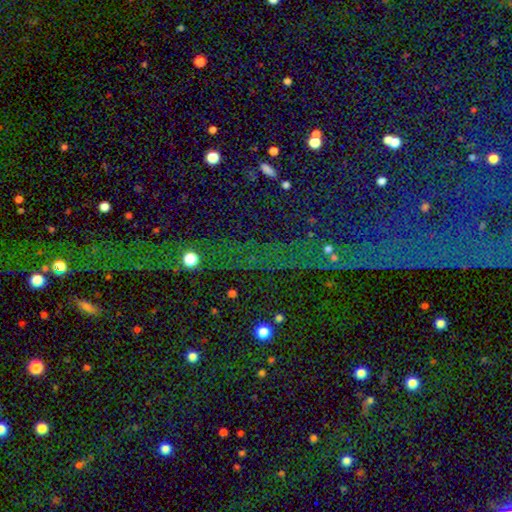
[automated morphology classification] smooth_or_featured: star or artifact (p=0.80) [alt: smooth p=0.10]